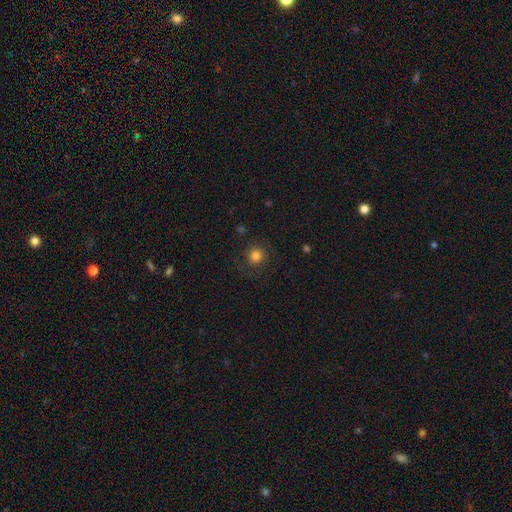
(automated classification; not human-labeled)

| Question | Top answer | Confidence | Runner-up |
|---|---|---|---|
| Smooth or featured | smooth | 80% | star or artifact (12%) |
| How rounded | round | 93% | in between (6%) |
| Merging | none | 84% | minor disturbance (10%) |